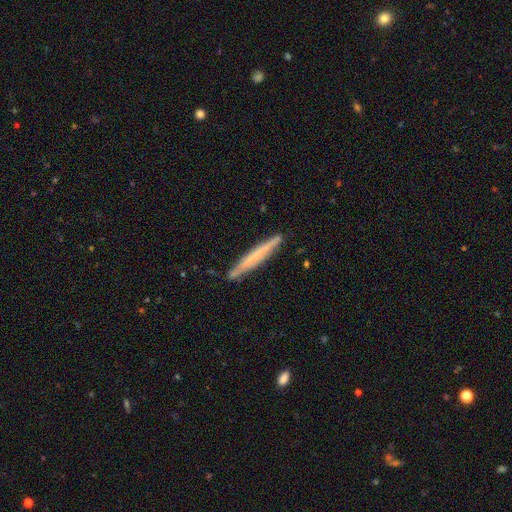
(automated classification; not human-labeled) Morphology: type=smooth (58%); roundness=cigar-shaped (96%); merging=none (87%).